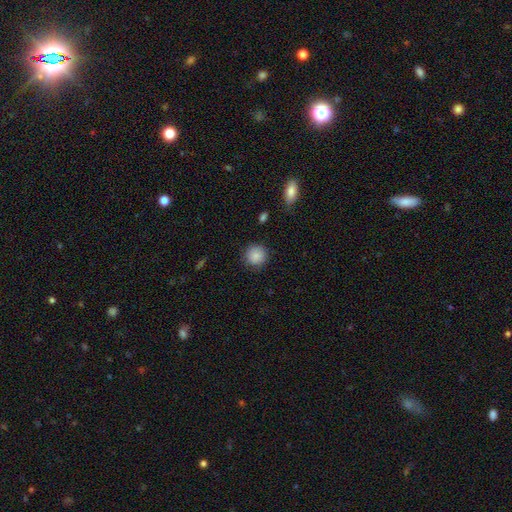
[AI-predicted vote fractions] A smooth galaxy with no disk features (88%) that is round (93%). Merging: none (87%).